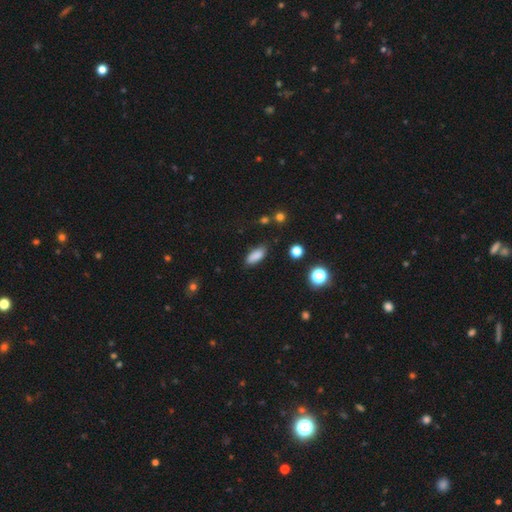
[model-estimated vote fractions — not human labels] A smooth galaxy with no disk features (85%) that is in between round and cigar-shaped (79%).

Vote fractions:
- Smooth or featured? smooth: 85% / star or artifact: 9% / featured or disk: 5%
- How rounded? in between: 79% / cigar-shaped: 17% / round: 3%
- Merging? none: 82% / minor disturbance: 13% / major disturbance: 3% / merger: 2%